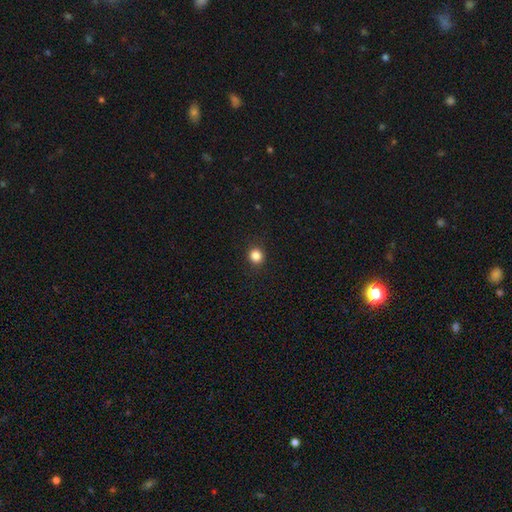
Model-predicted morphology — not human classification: The model was most divided on "smooth or featured": smooth: 85%, star or artifact: 11%, featured or disk: 4%. More confident: merging — none (91%); how rounded — round (90%).